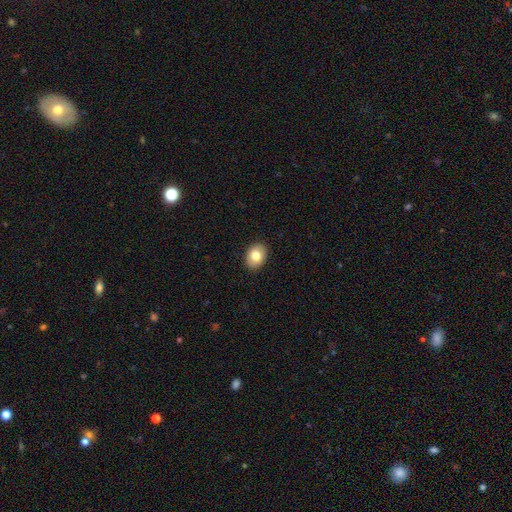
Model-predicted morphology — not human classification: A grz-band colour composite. It shows a smooth galaxy with no disk features (80%) that is in between round and cigar-shaped (74%). Merging: none (90%).